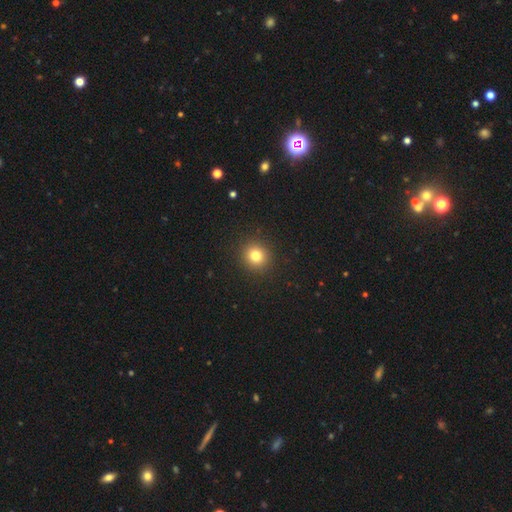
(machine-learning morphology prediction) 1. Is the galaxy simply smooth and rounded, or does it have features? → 80% smooth, 13% star or artifact, 7% featured or disk.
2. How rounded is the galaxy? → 90% round, 9% in between, 1% cigar-shaped.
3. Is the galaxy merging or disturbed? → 92% none, 5% minor disturbance, 2% major disturbance, 1% merger.